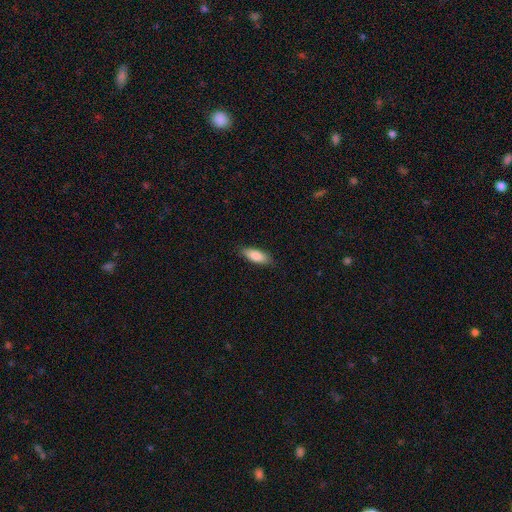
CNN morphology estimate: Smooth or featured? Predicted: smooth (p=0.83). How rounded? Predicted: in between (p=0.71). Merging? Predicted: none (p=0.87).